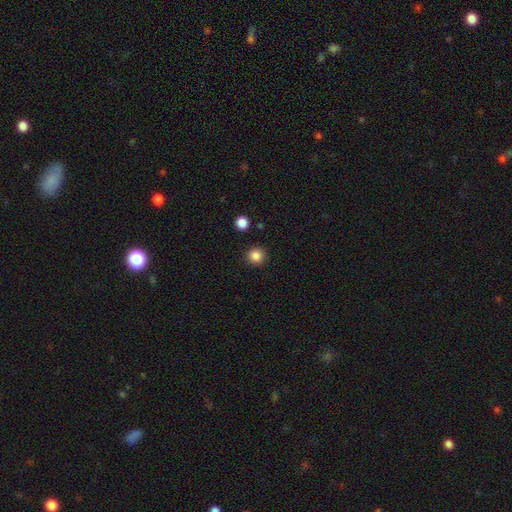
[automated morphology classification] type=smooth (86%); roundness=round (95%); merging=none (91%).